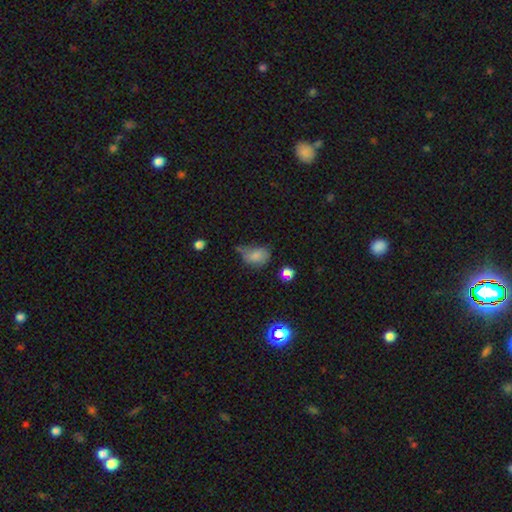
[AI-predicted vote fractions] Smooth or featured?
  - smooth: 74% *
  - star or artifact: 13%
  - featured or disk: 12%
How rounded?
  - in between: 74% *
  - round: 25%
  - cigar-shaped: 2%
Merging?
  - minor disturbance: 38% *
  - none: 35%
  - major disturbance: 19%
  - merger: 9%